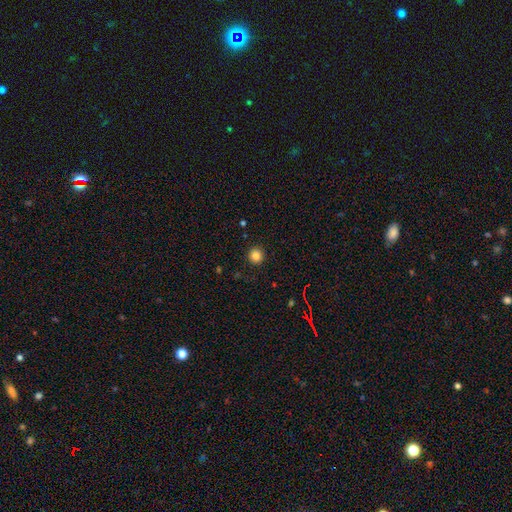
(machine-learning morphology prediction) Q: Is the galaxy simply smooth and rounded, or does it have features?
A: smooth — 84%.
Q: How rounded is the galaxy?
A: round — 93%.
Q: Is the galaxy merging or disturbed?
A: none — 92%.